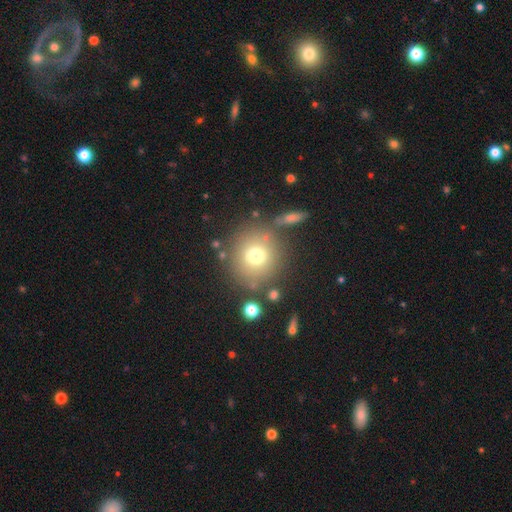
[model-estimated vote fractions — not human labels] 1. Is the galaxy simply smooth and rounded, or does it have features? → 70% smooth, 15% featured or disk, 15% star or artifact.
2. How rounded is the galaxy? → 91% round, 8% in between, 1% cigar-shaped.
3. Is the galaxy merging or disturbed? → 76% none, 10% minor disturbance, 8% merger, 6% major disturbance.